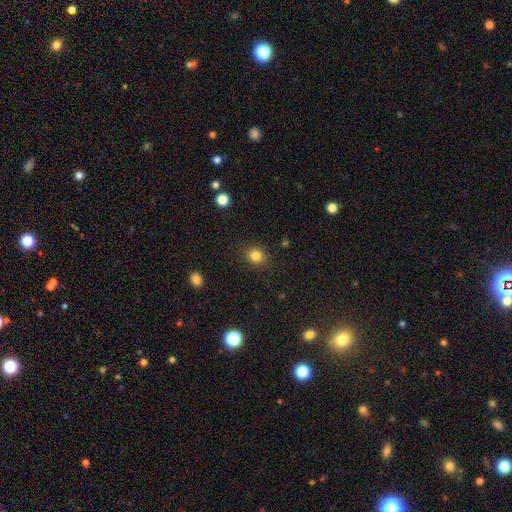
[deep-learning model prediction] This appears to be a smooth galaxy with no disk features (83%) that is round (78%). Merging: none (88%).